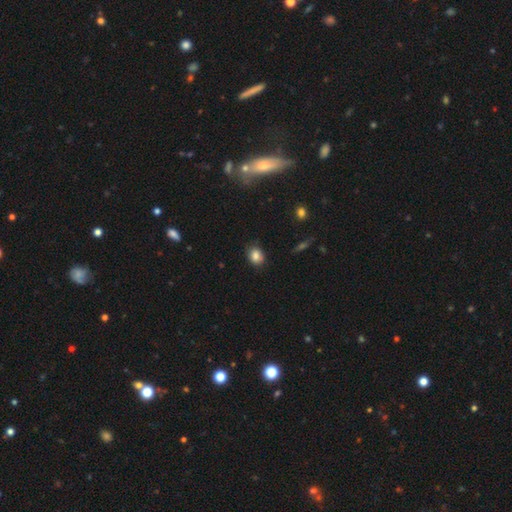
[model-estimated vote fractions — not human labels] smooth-or-featured: smooth: 84% | star or artifact: 10% | featured or disk: 7%
  how-rounded: in between: 52% | round: 47% | cigar-shaped: 1%
  merging: none: 81% | minor disturbance: 15% | major disturbance: 3% | merger: 1%